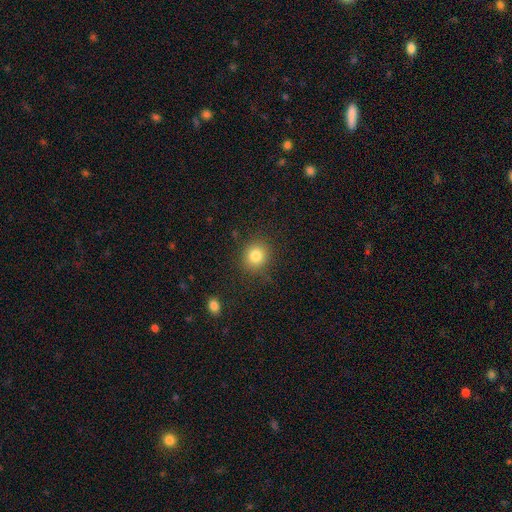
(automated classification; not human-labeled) The model was most divided on "how rounded": round: 84%, in between: 15%, cigar-shaped: 1%. More confident: merging — none (86%); smooth or featured — smooth (82%).